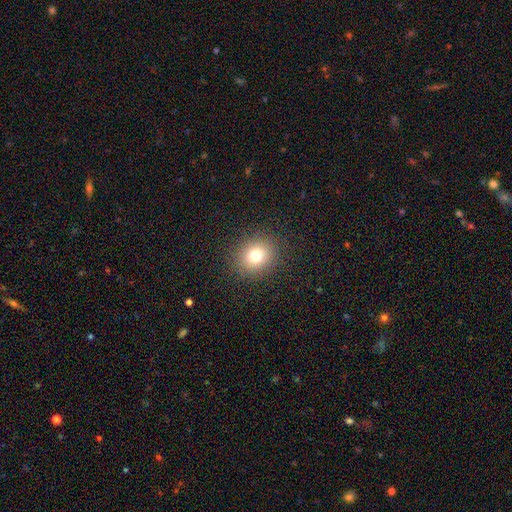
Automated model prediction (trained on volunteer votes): Overall: smooth (76%). How rounded: round (73%). Merging: none (89%).